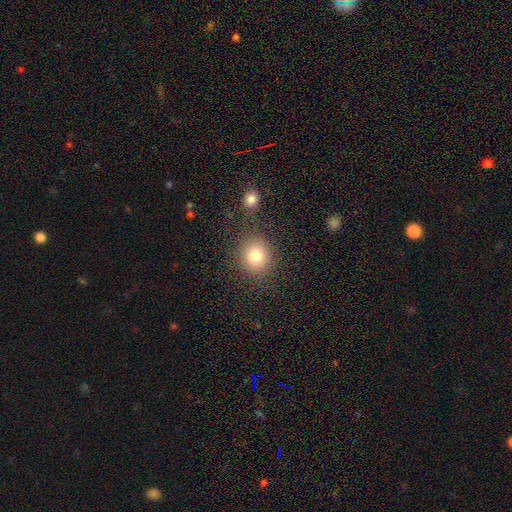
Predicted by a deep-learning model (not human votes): Smooth or featured?
  - smooth: 81% *
  - star or artifact: 11%
  - featured or disk: 7%
How rounded?
  - round: 77% *
  - in between: 22%
  - cigar-shaped: 1%
Merging?
  - none: 80% *
  - minor disturbance: 10%
  - merger: 6%
  - major disturbance: 4%